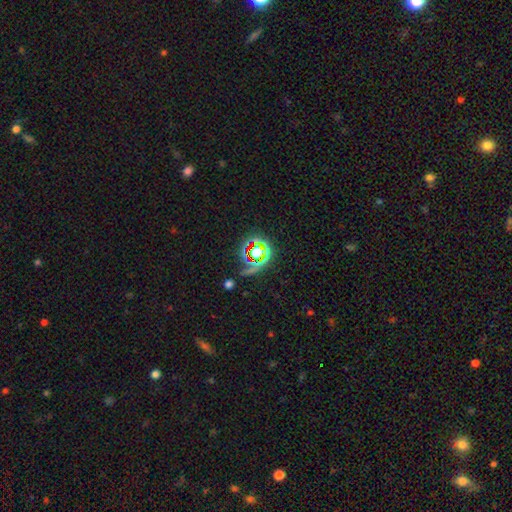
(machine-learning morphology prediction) The model was most divided on "smooth or featured": star or artifact: 69%, smooth: 17%, featured or disk: 14%.